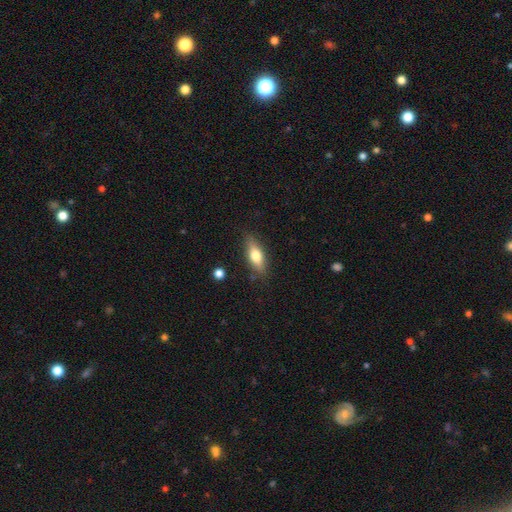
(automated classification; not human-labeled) This appears to be a smooth galaxy with no disk features (65%) that is in between round and cigar-shaped (63%). Merging: none (83%).